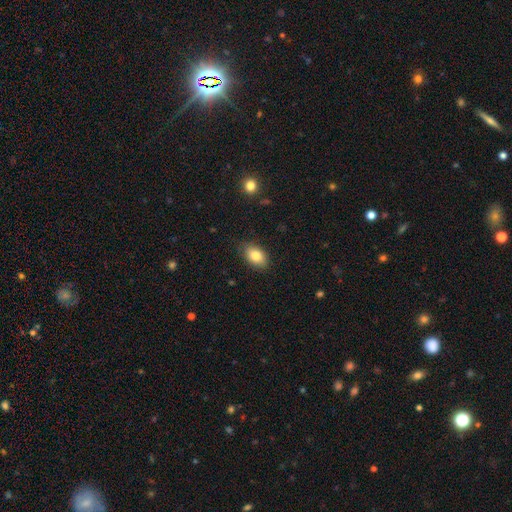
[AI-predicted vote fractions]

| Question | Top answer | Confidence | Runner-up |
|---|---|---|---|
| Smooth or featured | smooth | 81% | featured or disk (11%) |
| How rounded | in between | 88% | round (11%) |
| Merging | none | 82% | minor disturbance (14%) |